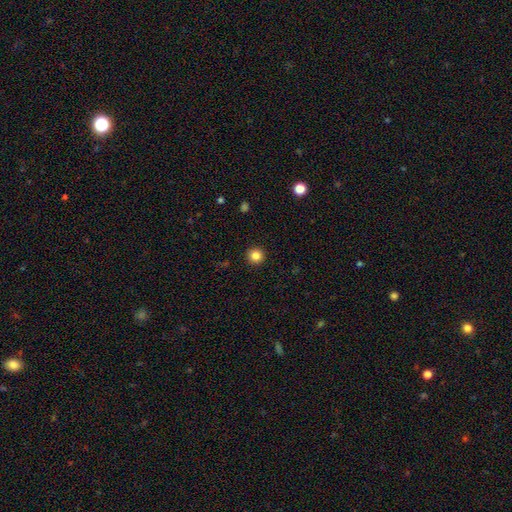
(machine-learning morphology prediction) Overall: smooth (85%). How rounded: round (96%). Merging: none (93%).